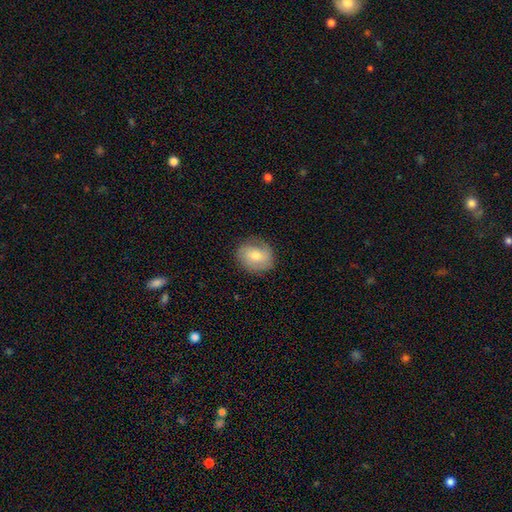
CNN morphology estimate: smooth-or-featured: smooth: 54% | featured or disk: 38% | star or artifact: 8%
  how-rounded: round: 70% | in between: 29% | cigar-shaped: 1%
  merging: none: 78% | minor disturbance: 16% | major disturbance: 5% | merger: 1%